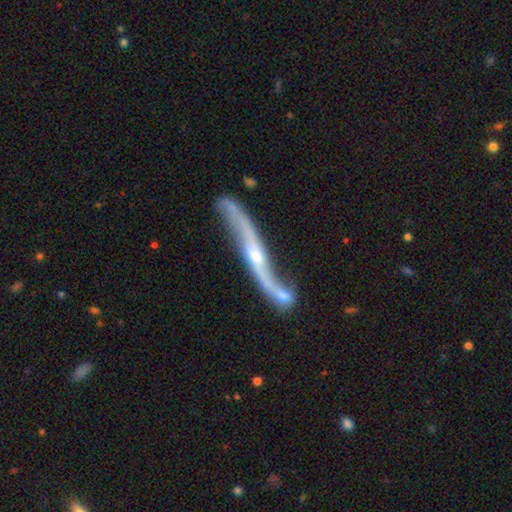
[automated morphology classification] Smooth or featured? Predicted: featured or disk (p=0.85). Edge-on disk? Predicted: yes (p=0.56). Merging? Predicted: none (p=0.45).